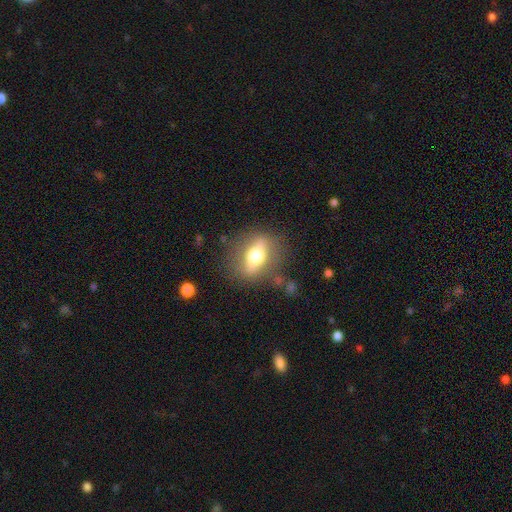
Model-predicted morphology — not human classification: The model was most divided on "smooth or featured": featured or disk: 51%, smooth: 41%, star or artifact: 8%. More confident: merging — none (79%); edge-on disk — yes (58%).